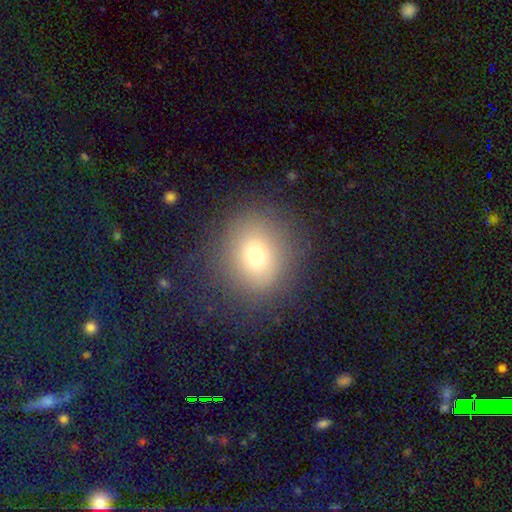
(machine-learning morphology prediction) Q: Smooth or featured?
A: smooth (71%); runner-up: star or artifact (16%)
Q: How rounded?
A: round (79%); runner-up: in between (20%)
Q: Merging?
A: none (82%); runner-up: minor disturbance (10%)